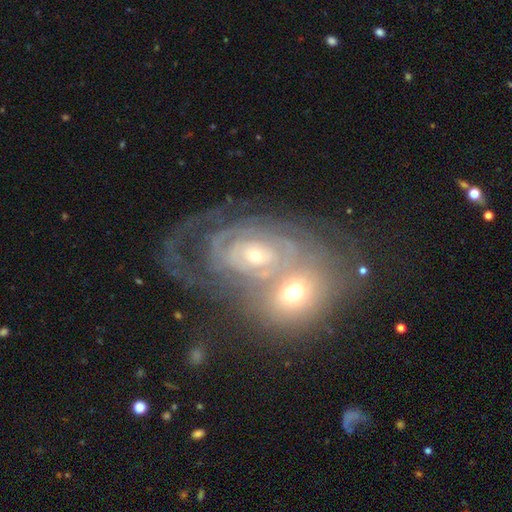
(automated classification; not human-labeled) smooth_or_featured: featured or disk (p=0.78) [alt: smooth p=0.14]
disk_edge_on: no (p=0.95) [alt: yes p=0.05]
bar: no (p=0.79) [alt: weak p=0.16]
has_spiral_arms: yes (p=0.81) [alt: no p=0.19]
spiral_winding: tight (p=0.69) [alt: medium p=0.22]
spiral_arm_count: can't tell (p=0.51) [alt: 2 p=0.20]
bulge_size: small (p=0.60) [alt: moderate p=0.33]
merging: merger (p=0.58) [alt: none p=0.20]